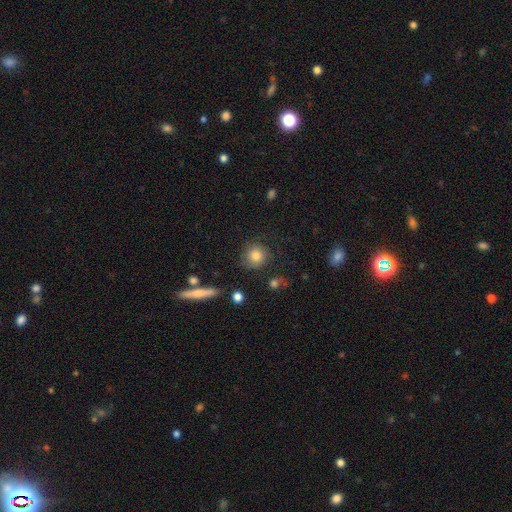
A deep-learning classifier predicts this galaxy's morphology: Smooth or featured: smooth — 80% (featured or disk — 11%)
How rounded: round — 89% (in between — 10%)
Merging: none — 79% (minor disturbance — 13%)